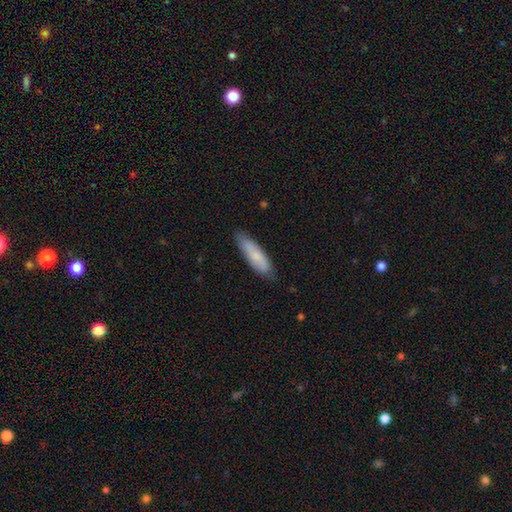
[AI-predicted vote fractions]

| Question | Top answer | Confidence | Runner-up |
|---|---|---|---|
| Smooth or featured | smooth | 77% | featured or disk (17%) |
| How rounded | cigar-shaped | 58% | in between (40%) |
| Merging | none | 80% | minor disturbance (16%) |